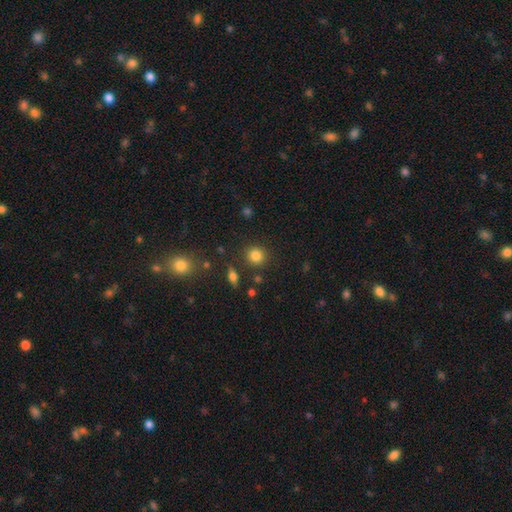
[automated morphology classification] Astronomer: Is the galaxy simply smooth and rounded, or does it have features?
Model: smooth — 82%.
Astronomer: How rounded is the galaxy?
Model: round — 87%.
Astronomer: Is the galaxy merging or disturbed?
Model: none — 86%.